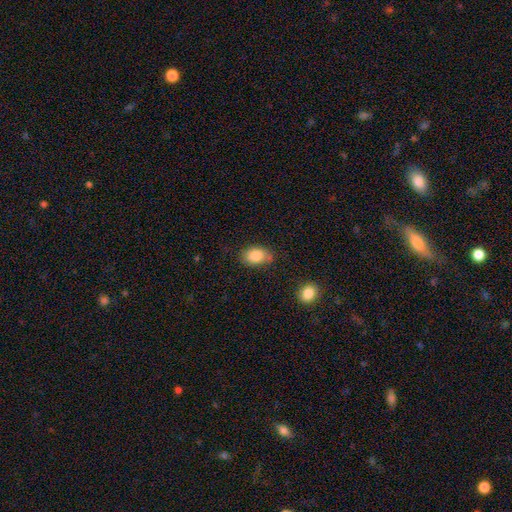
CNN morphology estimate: Q: Smooth or featured?
A: smooth (85%); runner-up: star or artifact (8%)
Q: How rounded?
A: in between (80%); runner-up: round (19%)
Q: Merging?
A: none (68%); runner-up: minor disturbance (23%)